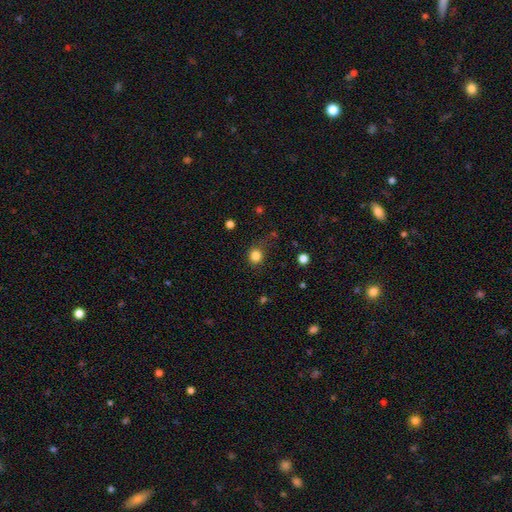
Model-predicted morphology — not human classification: type=smooth (83%); roundness=round (81%); merging=none (73%).